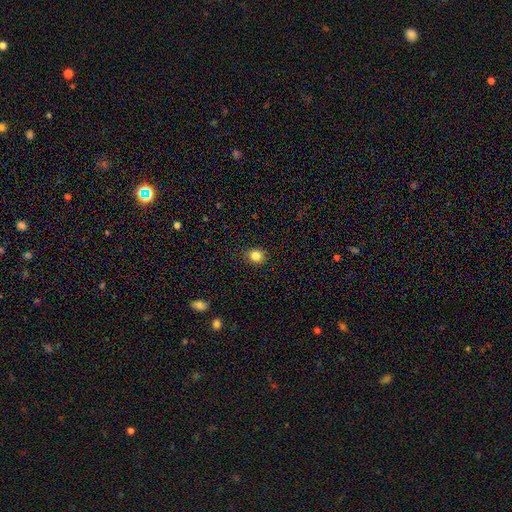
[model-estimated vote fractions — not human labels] Overall: smooth (83%). How rounded: round (64%; in between 35%). Merging: none (89%).